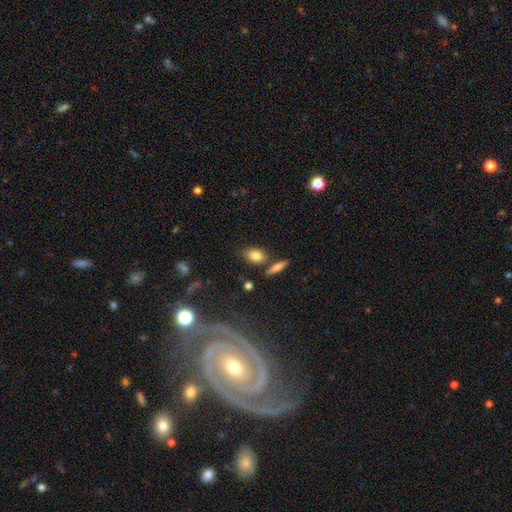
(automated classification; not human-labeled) Smooth or featured? smooth (81%)
How rounded? in between (82%)
Merging? none (71%)